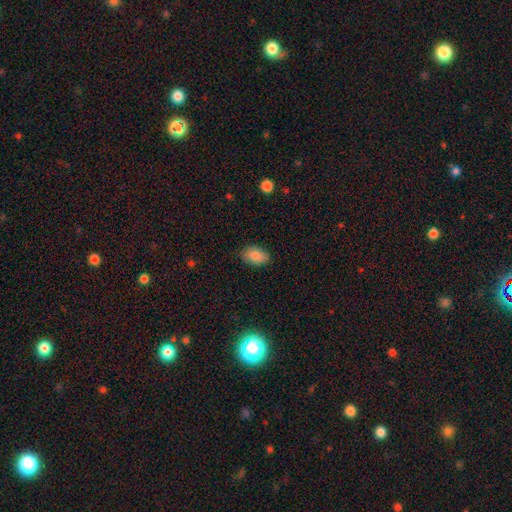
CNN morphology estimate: Smooth or featured? Predicted: smooth (p=0.86). How rounded? Predicted: in between (p=0.91). Merging? Predicted: none (p=0.84).